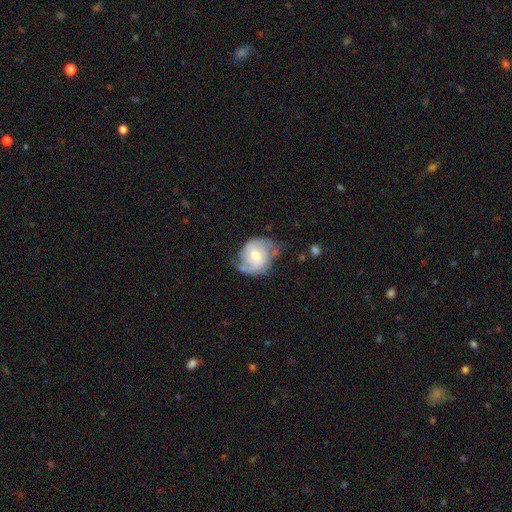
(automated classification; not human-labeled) featured or disk 73%, smooth 21%, star or artifact 6%. Down the decision tree: edge-on disk — no (97%); bar — no (48%); spiral arms — yes (90%); spiral arm count — 2 (75%); spiral winding — medium (43%); bulge size — moderate (68%); merging — none (59%).